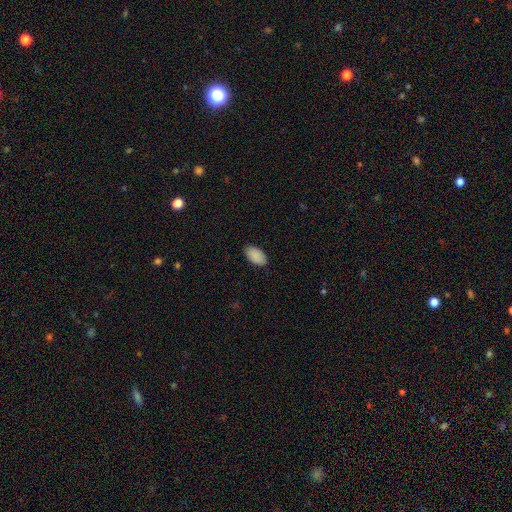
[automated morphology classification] The model was most divided on "merging": none: 87%, minor disturbance: 10%, major disturbance: 2%, merger: 1%. More confident: how rounded — in between (96%); smooth or featured — smooth (90%).